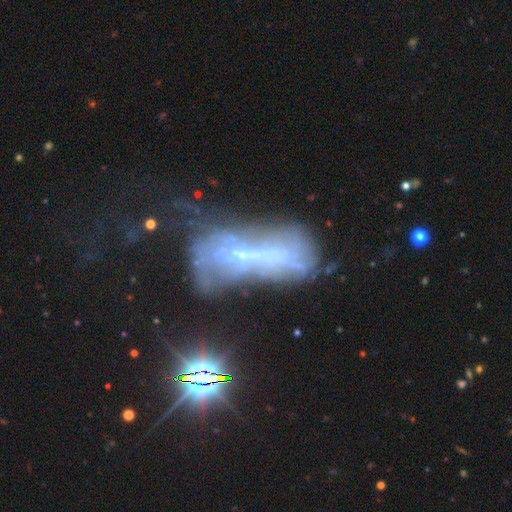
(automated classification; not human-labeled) A featured or disk galaxy (56%). Merging: major disturbance (39%).